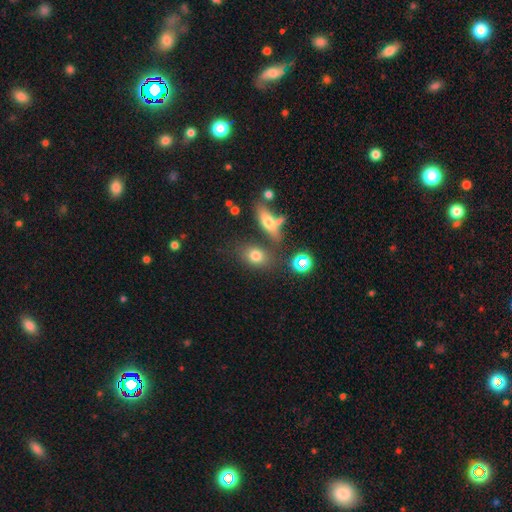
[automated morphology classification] smooth 73%, star or artifact 14%, featured or disk 13%. Down the decision tree: how rounded — in between (62%); merging — none (66%).